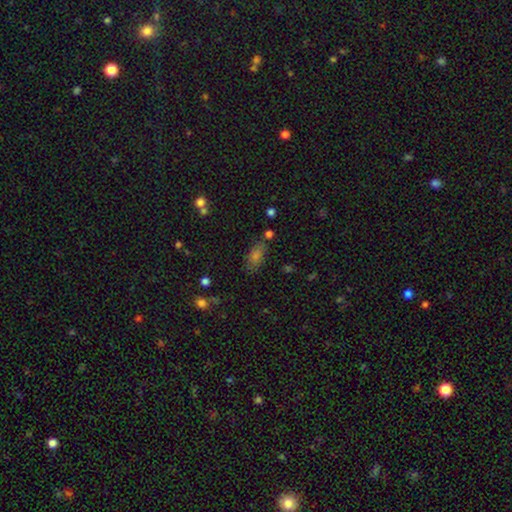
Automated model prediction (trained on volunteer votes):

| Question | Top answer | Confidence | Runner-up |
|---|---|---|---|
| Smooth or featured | smooth | 67% | star or artifact (21%) |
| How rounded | in between | 80% | cigar-shaped (11%) |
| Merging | none | 74% | minor disturbance (16%) |